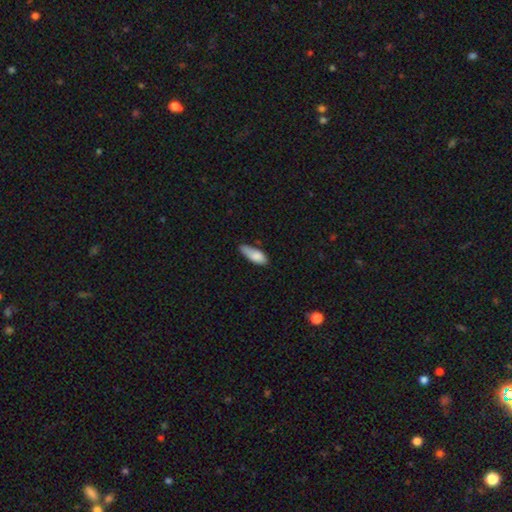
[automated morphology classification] A smooth galaxy with no disk features (82%) that is in between round and cigar-shaped (70%). Merging: none (49%).